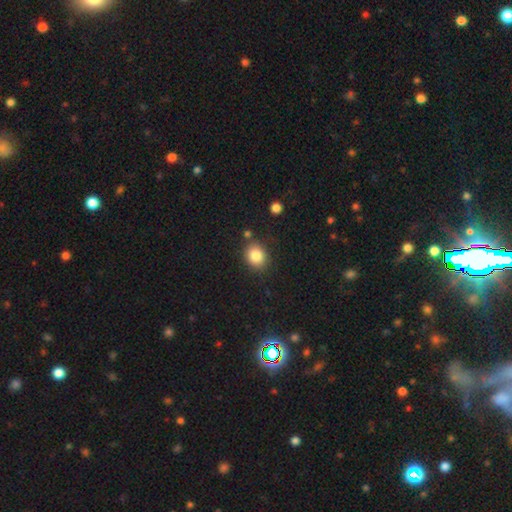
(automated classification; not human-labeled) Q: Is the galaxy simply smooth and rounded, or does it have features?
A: smooth — 85%.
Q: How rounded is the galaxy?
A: round — 62%.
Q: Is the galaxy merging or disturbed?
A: none — 81%.